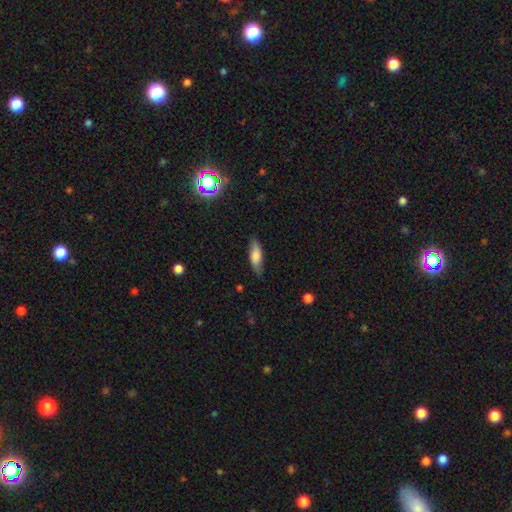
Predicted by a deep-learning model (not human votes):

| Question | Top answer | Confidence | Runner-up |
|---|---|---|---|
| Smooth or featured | smooth | 71% | featured or disk (22%) |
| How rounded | in between | 60% | cigar-shaped (37%) |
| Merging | none | 78% | minor disturbance (17%) |